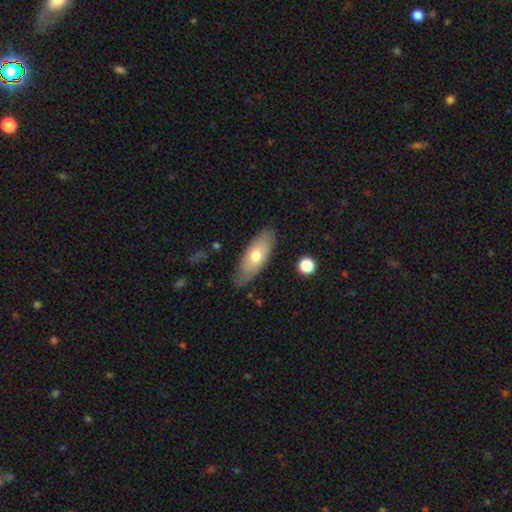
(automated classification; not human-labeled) This appears to be a smooth galaxy with no disk features (62%) that is in between round and cigar-shaped (75%). Merging: none (80%).